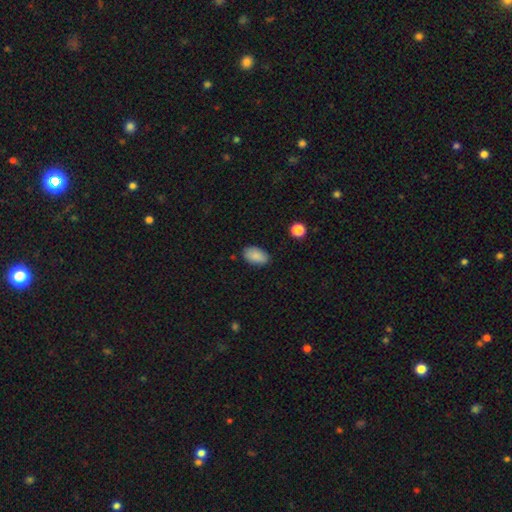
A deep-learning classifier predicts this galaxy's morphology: The model was most divided on "merging": none: 84%, minor disturbance: 12%, major disturbance: 3%, merger: 1%. More confident: how rounded — in between (93%); smooth or featured — smooth (88%).